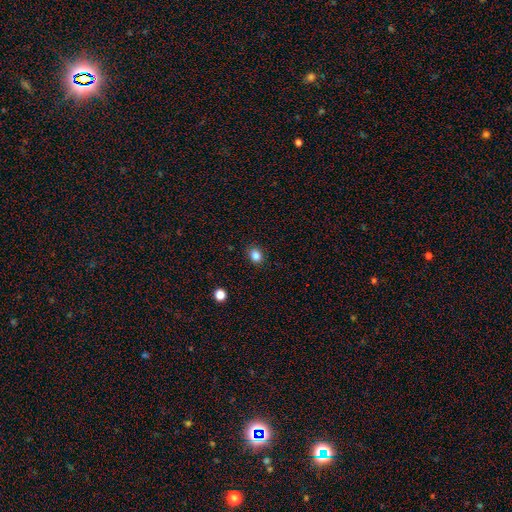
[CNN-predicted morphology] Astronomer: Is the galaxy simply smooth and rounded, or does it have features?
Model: smooth — 84%.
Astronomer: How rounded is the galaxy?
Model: round — 57% (runner-up: in between, 43%).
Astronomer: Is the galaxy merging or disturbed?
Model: none — 89%.